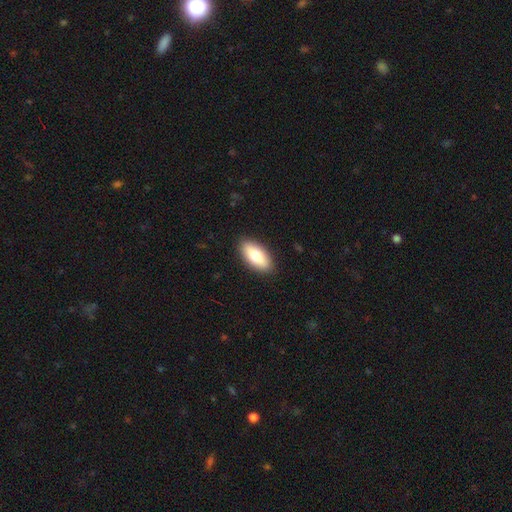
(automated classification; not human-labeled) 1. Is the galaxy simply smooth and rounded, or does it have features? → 73% smooth, 21% featured or disk, 6% star or artifact.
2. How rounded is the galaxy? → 84% in between, 13% cigar-shaped, 3% round.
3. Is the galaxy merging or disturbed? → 89% none, 8% minor disturbance, 2% major disturbance, 1% merger.